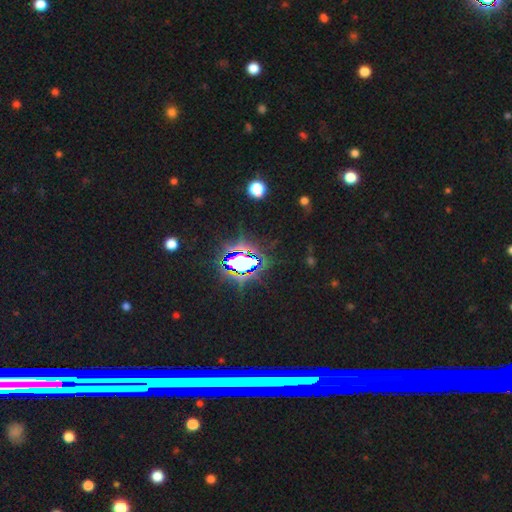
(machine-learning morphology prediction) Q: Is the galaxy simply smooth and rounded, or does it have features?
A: star or artifact — 75%.